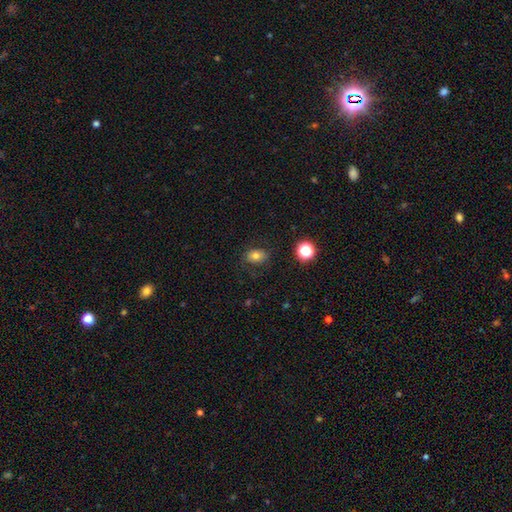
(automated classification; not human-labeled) The model was most divided on "how rounded": in between: 69%, round: 30%, cigar-shaped: 1%. More confident: merging — none (79%); smooth or featured — smooth (74%).